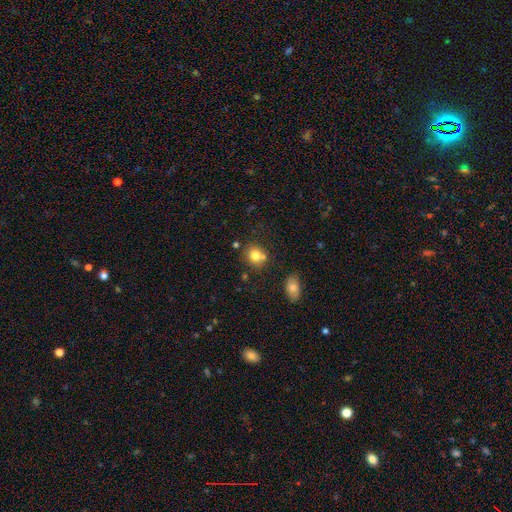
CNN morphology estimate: smooth 79%, star or artifact 11%, featured or disk 10%. Down the decision tree: how rounded — round (78%); merging — none (65%).